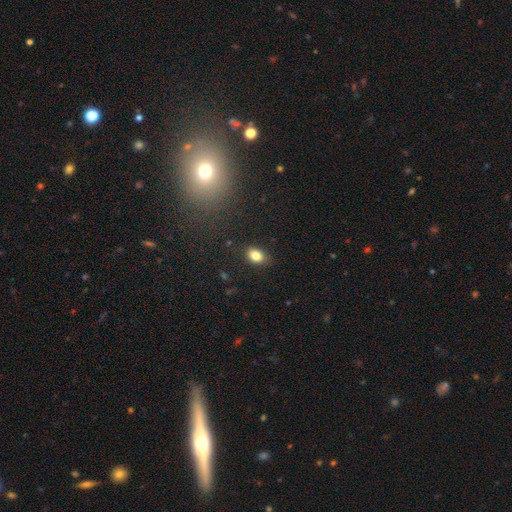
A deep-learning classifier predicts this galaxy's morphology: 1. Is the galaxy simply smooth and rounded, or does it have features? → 83% smooth, 10% star or artifact, 8% featured or disk.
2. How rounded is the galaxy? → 81% in between, 18% round, 2% cigar-shaped.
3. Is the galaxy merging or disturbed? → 84% none, 12% minor disturbance, 3% major disturbance, 1% merger.